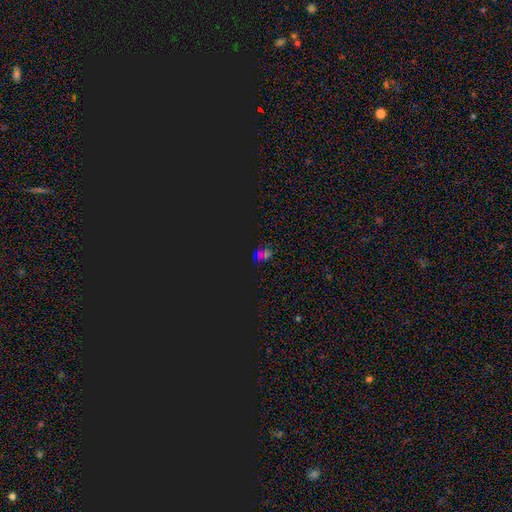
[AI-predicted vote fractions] Q: Smooth or featured?
A: star or artifact (67%); runner-up: smooth (24%)